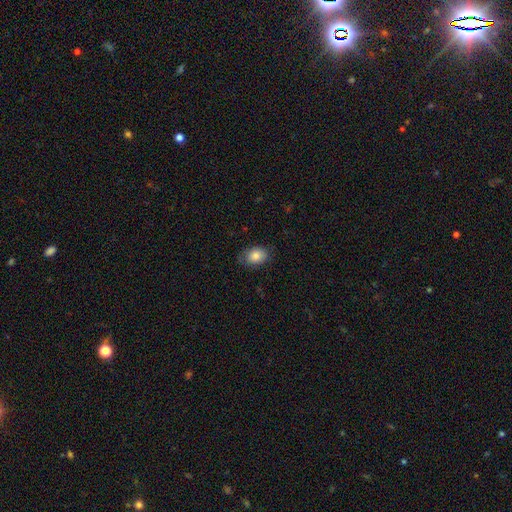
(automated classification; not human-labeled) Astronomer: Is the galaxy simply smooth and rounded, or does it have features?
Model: smooth — 84%.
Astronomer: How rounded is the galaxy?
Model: in between — 77%.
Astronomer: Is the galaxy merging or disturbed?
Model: none — 78%.